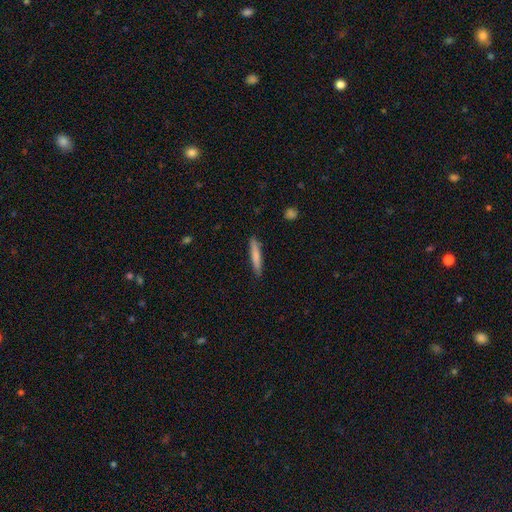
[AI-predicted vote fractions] This appears to be a smooth galaxy with no disk features (75%) that is cigar-shaped (93%). Merging: none (87%).